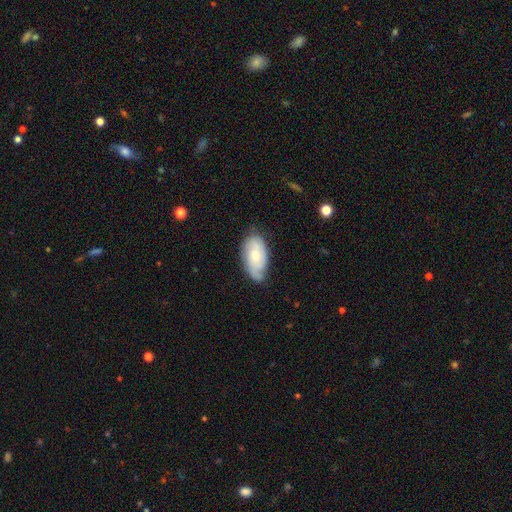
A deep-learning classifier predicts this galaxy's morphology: Smooth or featured?
  - smooth: 47% * (tied)
  - featured or disk: 47% * (tied)
  - star or artifact: 6%
Merging?
  - none: 60% *
  - minor disturbance: 31%
  - major disturbance: 7%
  - merger: 2%